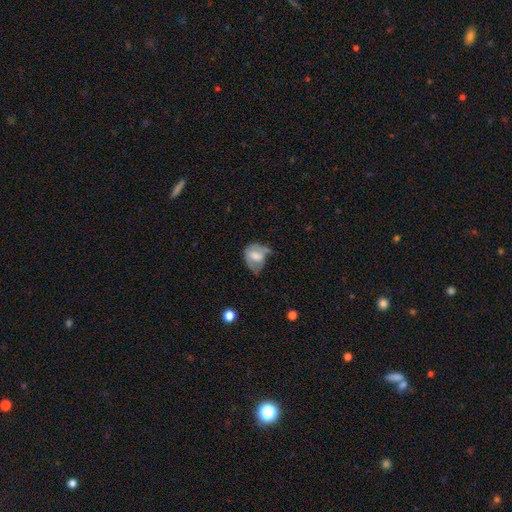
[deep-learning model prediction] Q: Smooth or featured?
A: smooth (54%); runner-up: featured or disk (38%)
Q: How rounded?
A: in between (59%); runner-up: round (40%)
Q: Merging?
A: minor disturbance (34%); runner-up: none (29%)